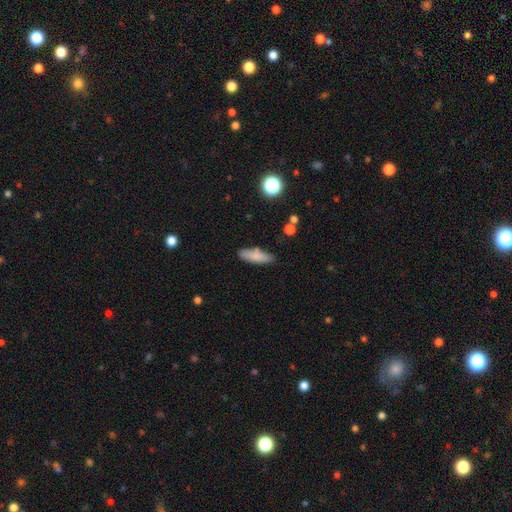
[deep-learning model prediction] Smooth or featured? Predicted: smooth (p=0.82). How rounded? Predicted: in between (p=0.50). Merging? Predicted: none (p=0.79).